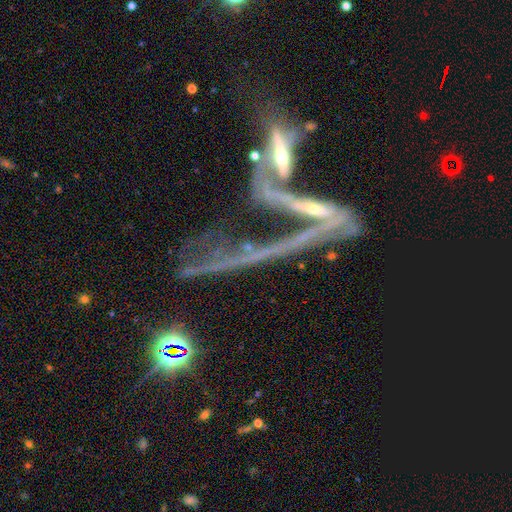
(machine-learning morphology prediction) featured or disk 63%, star or artifact 20%, smooth 17%. Down the decision tree: edge-on disk — no (60%); merging — merger (52%).